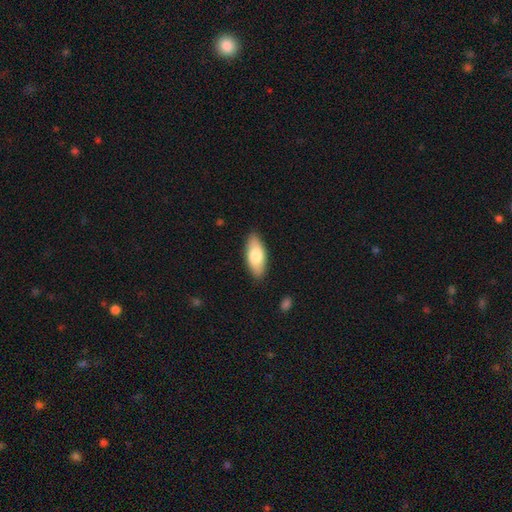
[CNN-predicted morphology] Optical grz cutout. It shows a smooth galaxy with no disk features (76%) that is in between round and cigar-shaped (83%). Merging: none (87%).